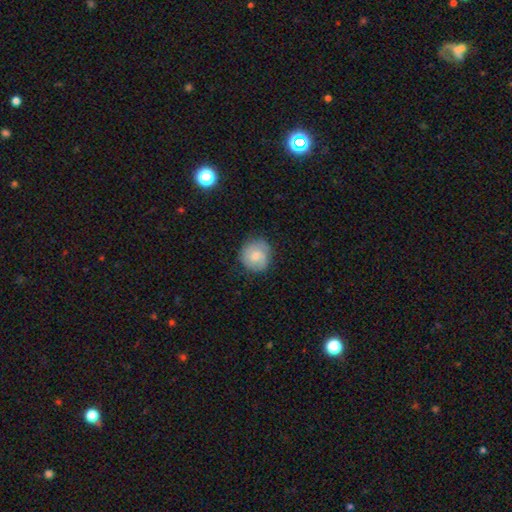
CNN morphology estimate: A smooth galaxy with no disk features (66%) that is round (90%).

Vote fractions:
- Smooth or featured? smooth: 66% / featured or disk: 27% / star or artifact: 7%
- How rounded? round: 90% / in between: 9% / cigar-shaped: 1%
- Merging? none: 76% / minor disturbance: 18% / major disturbance: 5% / merger: 1%